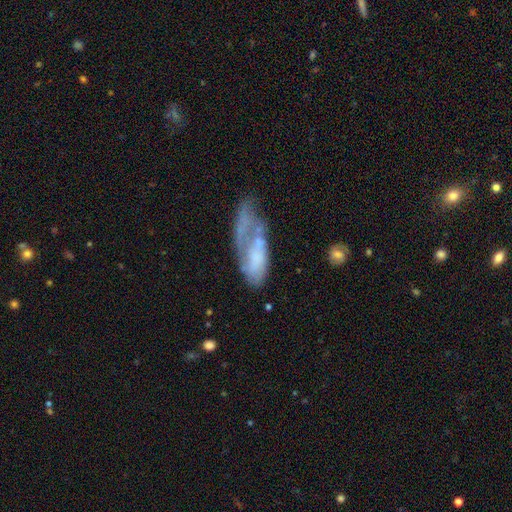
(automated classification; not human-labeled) This is possibly a featured or disk galaxy (51%). It is clearly not viewed edge-on (87%). Merging: marginally major disturbance (31%).